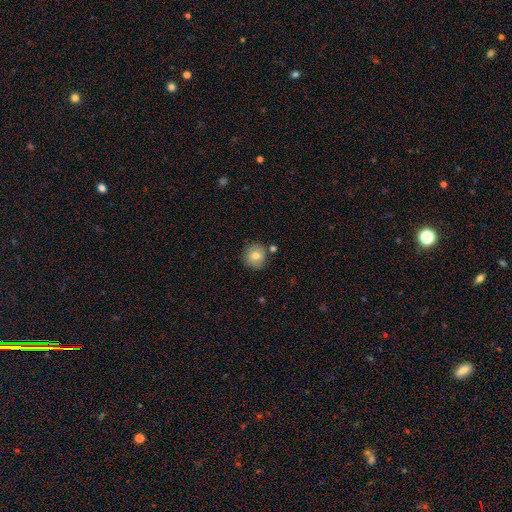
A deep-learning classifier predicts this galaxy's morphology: Smooth or featured? Predicted: smooth (p=0.77). How rounded? Predicted: round (p=0.92). Merging? Predicted: none (p=0.78).